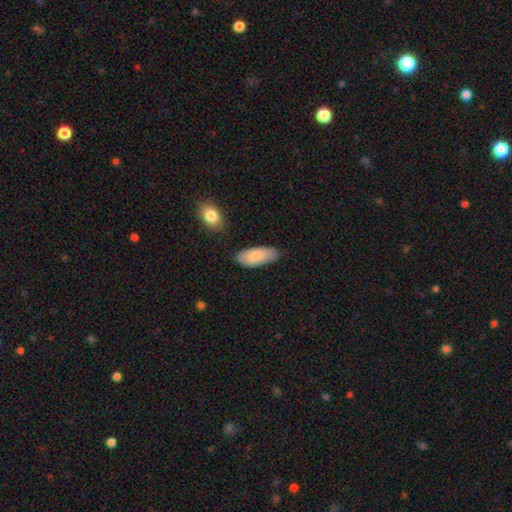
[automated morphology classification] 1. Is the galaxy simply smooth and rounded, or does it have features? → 84% smooth, 10% featured or disk, 6% star or artifact.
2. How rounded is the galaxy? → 89% in between, 9% cigar-shaped, 2% round.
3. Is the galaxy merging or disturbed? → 72% none, 22% minor disturbance, 3% major disturbance, 3% merger.